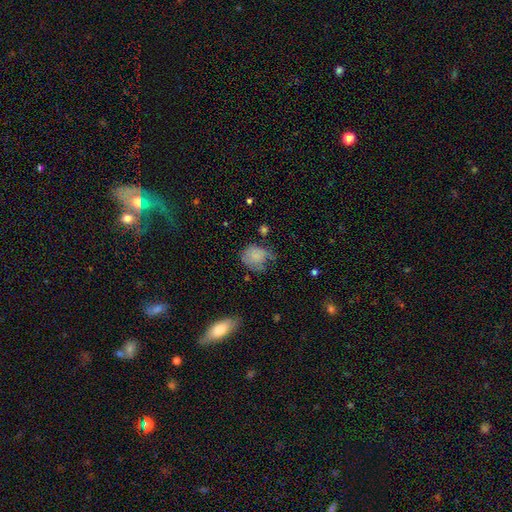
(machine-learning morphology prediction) Q: Smooth or featured?
A: smooth (73%); runner-up: featured or disk (17%)
Q: How rounded?
A: round (64%); runner-up: in between (35%)
Q: Merging?
A: none (41%); runner-up: minor disturbance (36%)